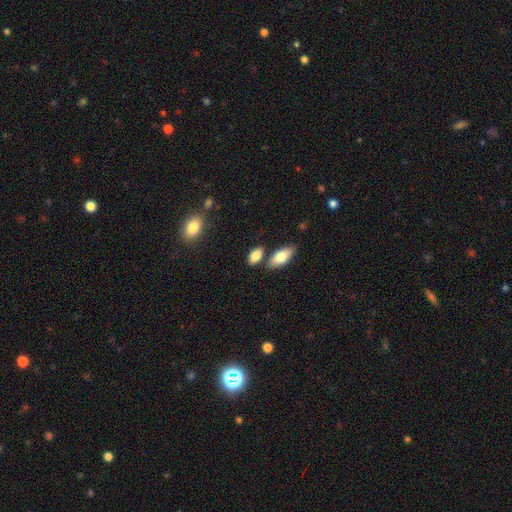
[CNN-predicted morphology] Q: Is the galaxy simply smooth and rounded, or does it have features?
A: smooth — 83%.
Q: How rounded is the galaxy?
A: in between — 87%.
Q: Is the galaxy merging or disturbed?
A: none — 68%.